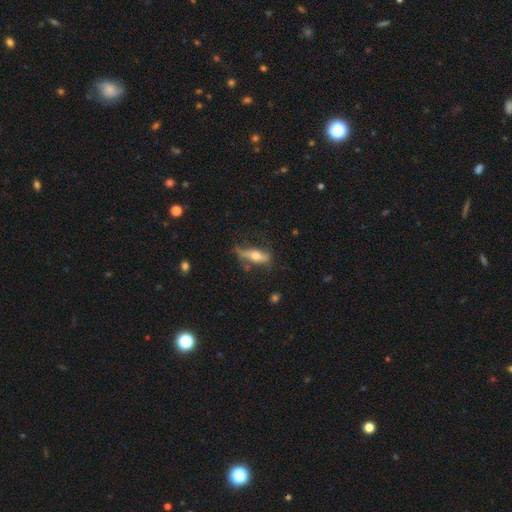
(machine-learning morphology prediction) A featured or disk galaxy (51%) viewed edge-on (71%).

Vote fractions:
- Smooth or featured? featured or disk: 51% / smooth: 42% / star or artifact: 7%
- Edge-on disk? yes: 71% / no: 29%
- Merging? none: 50% / minor disturbance: 29% / major disturbance: 17% / merger: 4%